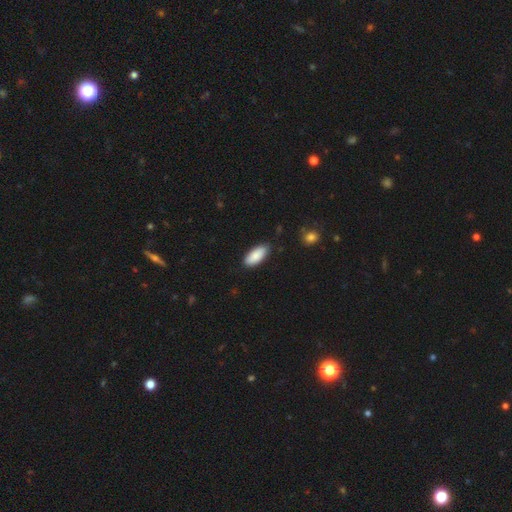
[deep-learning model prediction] Morphology: type=smooth (88%); roundness=in between (85%); merging=none (85%).